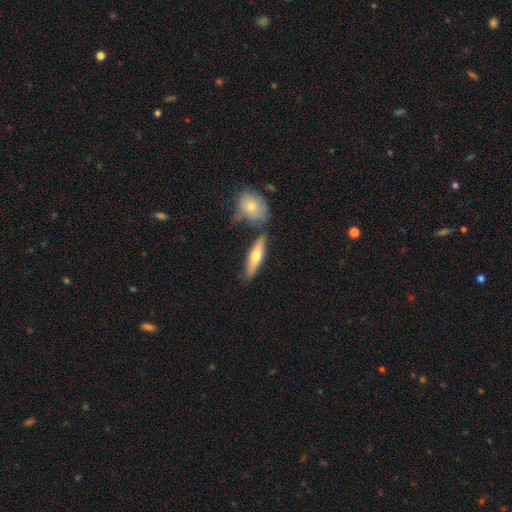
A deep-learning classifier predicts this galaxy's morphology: Smooth or featured: smooth — 55% (featured or disk — 39%)
How rounded: cigar-shaped — 68% (in between — 29%)
Merging: none — 71% (merger — 14%)